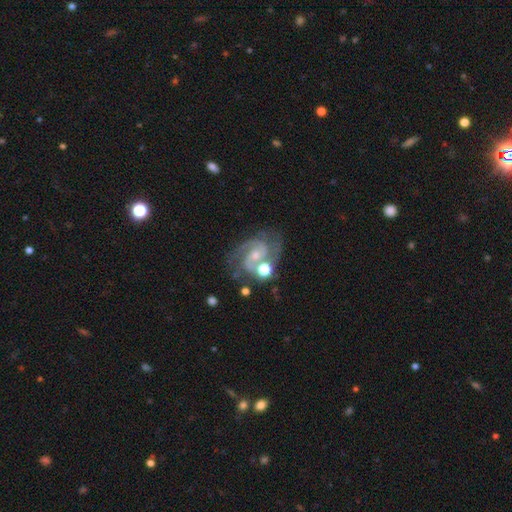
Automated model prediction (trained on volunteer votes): Overall: featured or disk (86%). Edge-on disk: no (98%). Bar: no (47%; weak 42%). Spiral arms: yes (97%). Spiral arm count: 2 (82%). Spiral winding: medium (54%; tight 35%). Bulge size: small (50%; moderate 40%). Merging: none (60%).